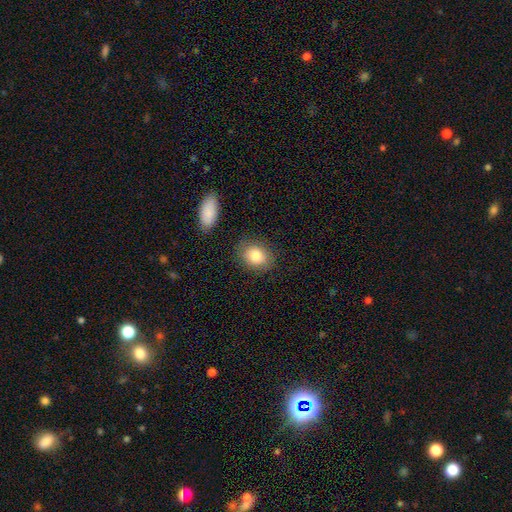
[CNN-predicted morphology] A smooth galaxy with no disk features (83%) that is round (51%).

Vote fractions:
- Smooth or featured? smooth: 83% / featured or disk: 8% / star or artifact: 8%
- How rounded? round: 51% / in between: 48% / cigar-shaped: 1%
- Merging? none: 82% / minor disturbance: 12% / major disturbance: 3% / merger: 3%